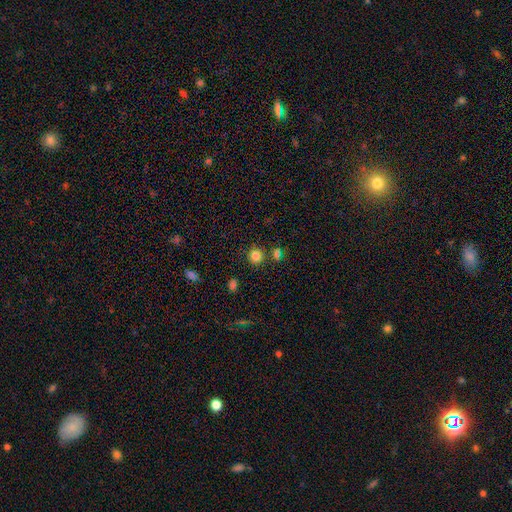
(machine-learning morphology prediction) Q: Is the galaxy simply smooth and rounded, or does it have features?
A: smooth — 82%.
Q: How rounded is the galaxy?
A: round — 89%.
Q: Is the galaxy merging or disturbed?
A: none — 80%.